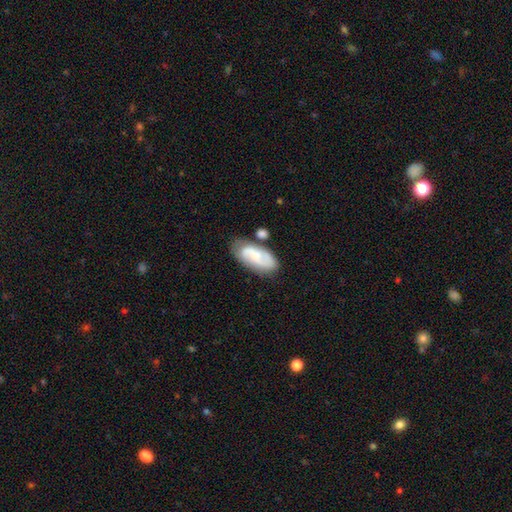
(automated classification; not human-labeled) featured or disk 52%, smooth 41%, star or artifact 7%. Down the decision tree: edge-on disk — no (94%); merging — none (61%).